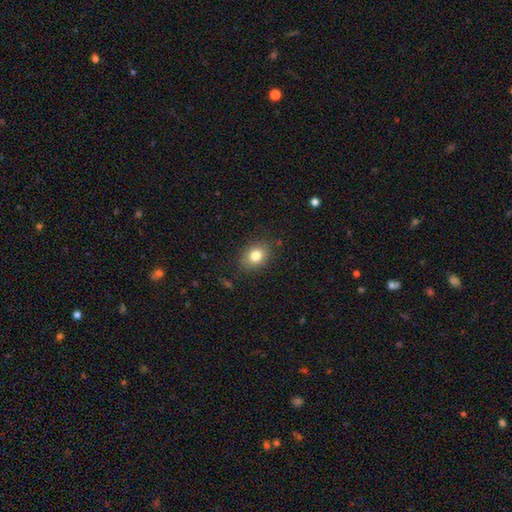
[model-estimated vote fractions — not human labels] smooth 81%, star or artifact 10%, featured or disk 9%. Down the decision tree: how rounded — in between (59%); merging — none (85%).